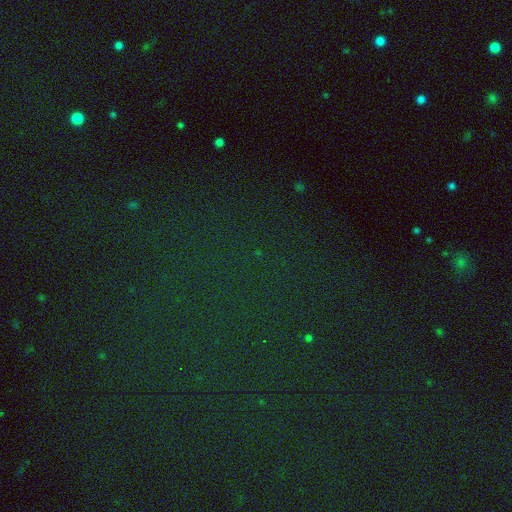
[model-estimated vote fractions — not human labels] star or artifact 80%, smooth 13%, featured or disk 8%.